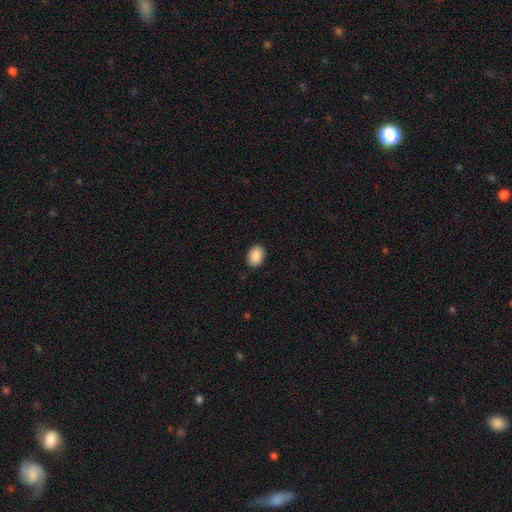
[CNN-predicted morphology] Smooth or featured? smooth (90%)
How rounded? in between (76%)
Merging? none (88%)